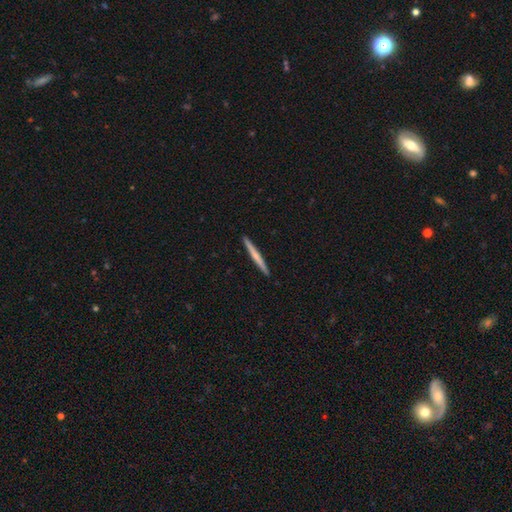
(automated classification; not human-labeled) Morphology: type=smooth (51%); roundness=cigar-shaped (97%); merging=none (93%).